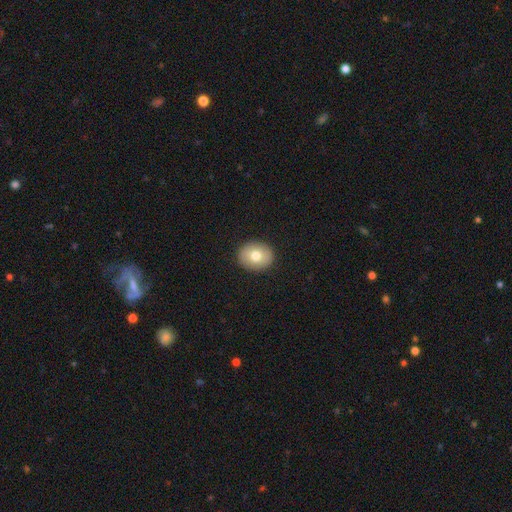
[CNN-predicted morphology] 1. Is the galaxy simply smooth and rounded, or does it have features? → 76% smooth, 16% featured or disk, 8% star or artifact.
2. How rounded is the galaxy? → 58% round, 41% in between, 1% cigar-shaped.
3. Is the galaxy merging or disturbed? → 91% none, 6% minor disturbance, 2% major disturbance, 1% merger.